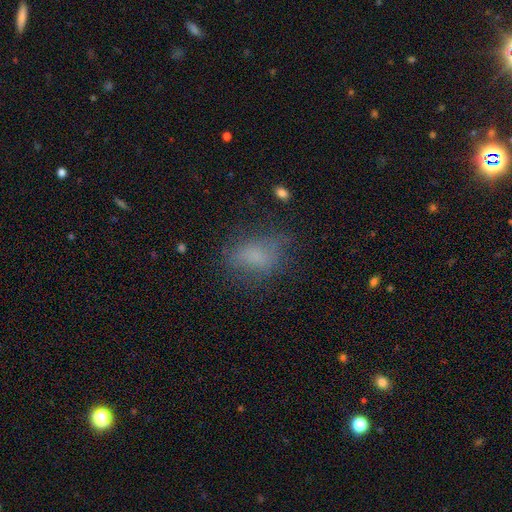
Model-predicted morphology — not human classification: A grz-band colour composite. It shows a smooth galaxy with no disk features (72%) that is in between round and cigar-shaped (78%). Merging: none (63%).